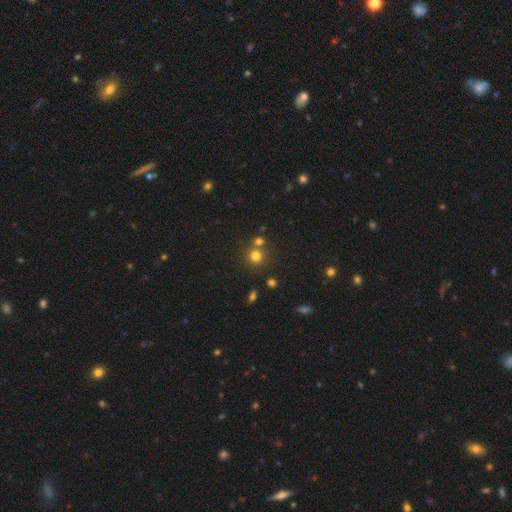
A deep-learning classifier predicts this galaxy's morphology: smooth-or-featured: smooth: 75% | star or artifact: 18% | featured or disk: 8%
  how-rounded: round: 88% | in between: 11% | cigar-shaped: 1%
  merging: none: 66% | merger: 23% | minor disturbance: 8% | major disturbance: 3%